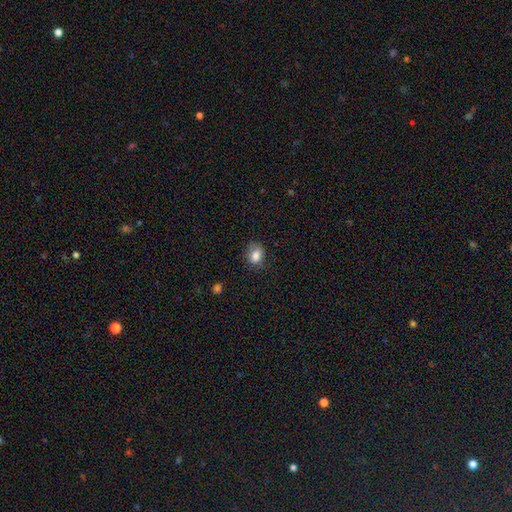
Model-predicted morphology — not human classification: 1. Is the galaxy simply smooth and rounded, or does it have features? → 83% smooth, 10% star or artifact, 8% featured or disk.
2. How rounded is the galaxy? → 51% in between, 48% round, 1% cigar-shaped.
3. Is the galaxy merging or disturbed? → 69% none, 23% minor disturbance, 6% major disturbance, 1% merger.